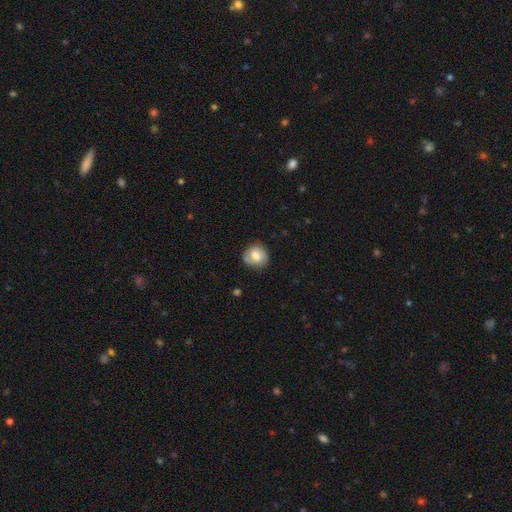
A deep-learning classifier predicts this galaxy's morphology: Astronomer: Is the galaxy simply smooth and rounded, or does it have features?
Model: smooth — 59%.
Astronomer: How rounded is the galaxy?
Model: round — 79%.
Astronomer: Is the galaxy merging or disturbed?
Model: none — 73%.